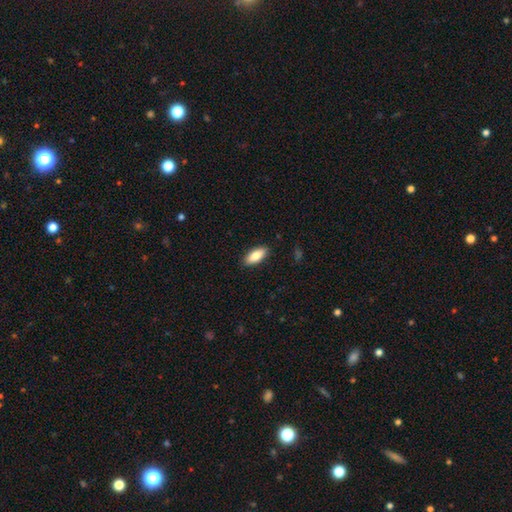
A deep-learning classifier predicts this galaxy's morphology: smooth-or-featured: smooth: 82% | featured or disk: 12% | star or artifact: 6%
  how-rounded: in between: 83% | cigar-shaped: 15% | round: 2%
  merging: none: 89% | minor disturbance: 8% | major disturbance: 2% | merger: 1%